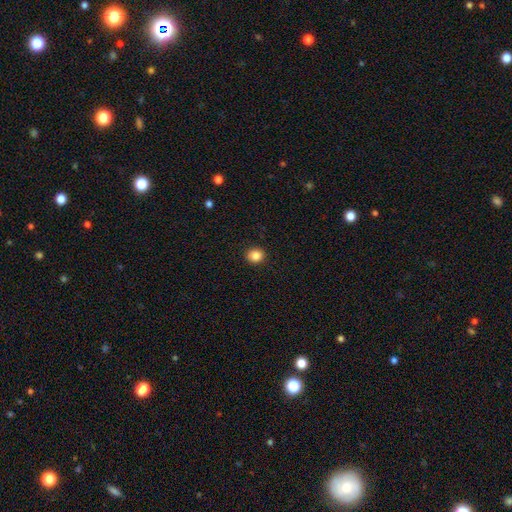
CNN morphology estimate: Smooth or featured? smooth (86%)
How rounded? round (78%)
Merging? none (92%)